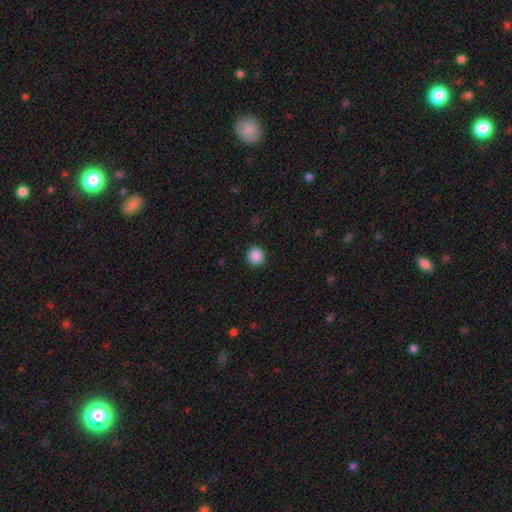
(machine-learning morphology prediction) smooth-or-featured: smooth: 88% | star or artifact: 9% | featured or disk: 2%
  how-rounded: round: 93% | in between: 6% | cigar-shaped: 1%
  merging: none: 92% | minor disturbance: 5% | major disturbance: 2% | merger: 1%